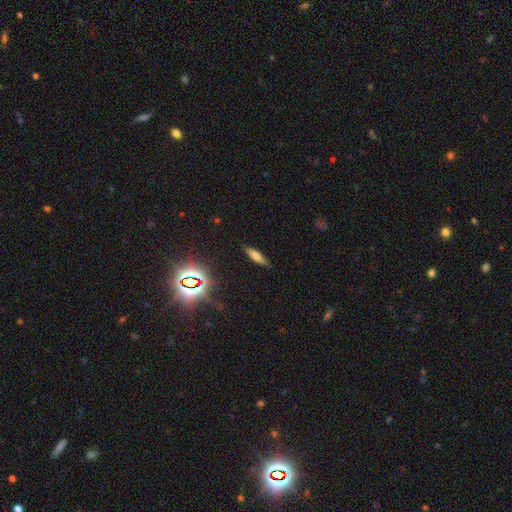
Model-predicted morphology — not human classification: smooth_or_featured: smooth (p=0.57) [alt: featured or disk p=0.27]
how_rounded: cigar-shaped (p=0.67) [alt: in between p=0.31]
merging: none (p=0.86) [alt: minor disturbance p=0.10]